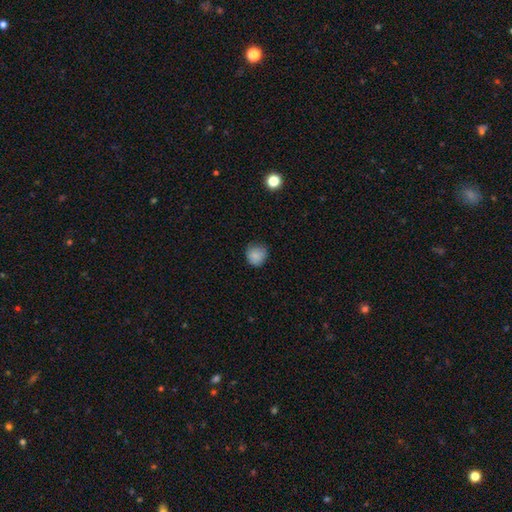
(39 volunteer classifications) Smooth or featured? 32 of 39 (82%) said smooth. How rounded? 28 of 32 (88%) said round. Merging? 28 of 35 (80%) said none.